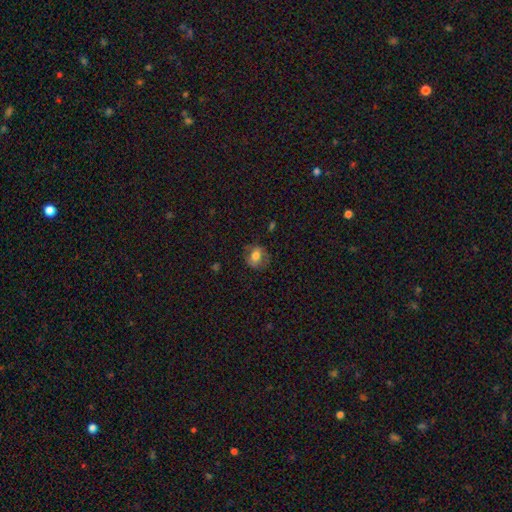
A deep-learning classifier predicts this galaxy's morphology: Smooth or featured? Predicted: smooth (p=0.65). How rounded? Predicted: round (p=0.61). Merging? Predicted: none (p=0.72).